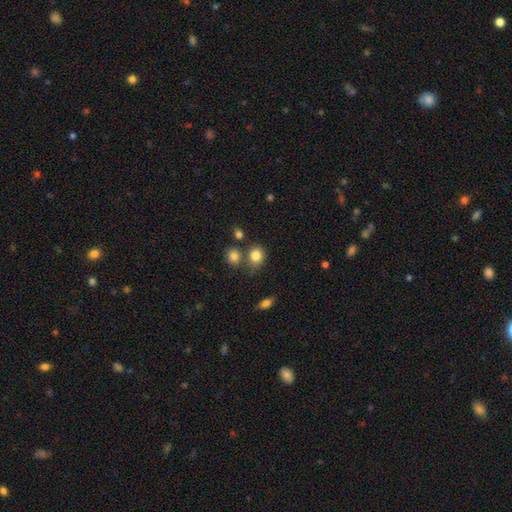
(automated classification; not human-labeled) smooth-or-featured: smooth: 83% | star or artifact: 11% | featured or disk: 6%
  how-rounded: round: 76% | in between: 23% | cigar-shaped: 1%
  merging: none: 64% | merger: 18% | minor disturbance: 13% | major disturbance: 4%